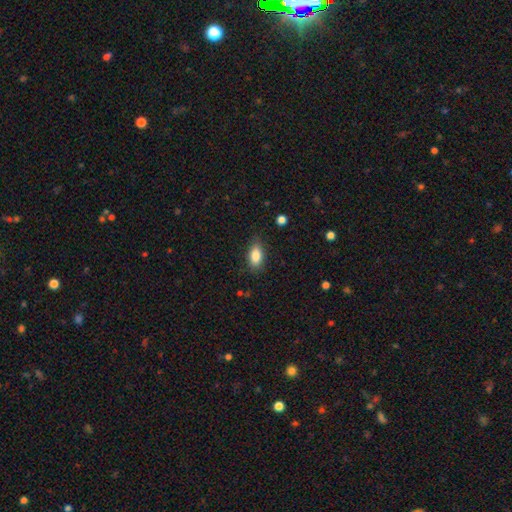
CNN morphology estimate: Q: Smooth or featured?
A: smooth (85%); runner-up: star or artifact (8%)
Q: How rounded?
A: in between (88%); runner-up: cigar-shaped (7%)
Q: Merging?
A: none (80%); runner-up: minor disturbance (15%)